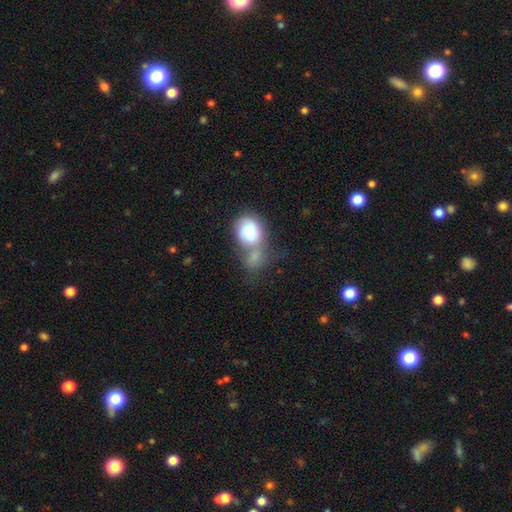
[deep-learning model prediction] Smooth or featured: smooth — 78% (featured or disk — 13%)
How rounded: round — 50% (in between — 49%)
Merging: merger — 60% (none — 24%)